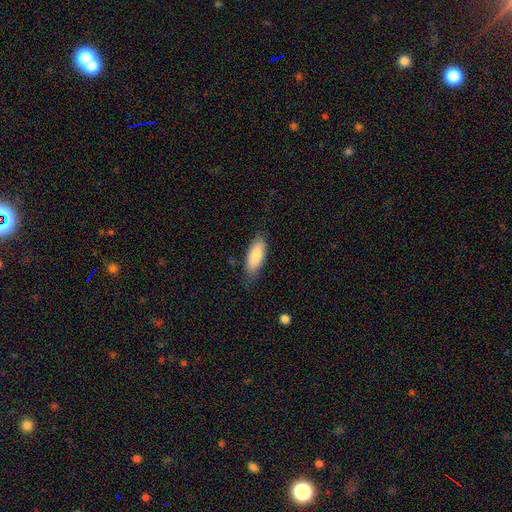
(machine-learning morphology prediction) The model was most divided on "how rounded": in between: 76%, cigar-shaped: 23%, round: 2%. More confident: smooth or featured — smooth (84%); merging — none (78%).